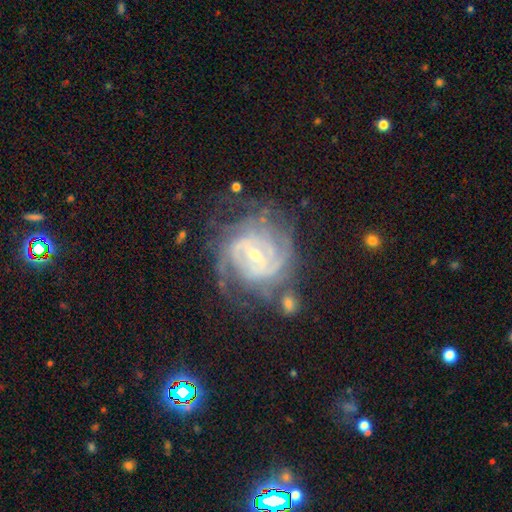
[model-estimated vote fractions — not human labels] Smooth or featured? featured or disk (89%)
Edge-on disk? no (97%)
Bar? weak (44%, tied with strong)
Spiral arms? yes (95%)
Spiral winding? tight (66%)
Spiral arm count? can't tell (32%)
Bulge size? small (61%)
Merging? none (63%)